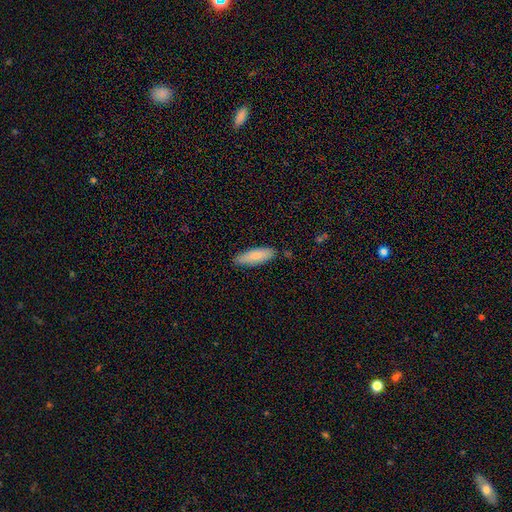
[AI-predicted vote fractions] Smooth or featured? smooth (83%)
How rounded? in between (56%)
Merging? none (85%)